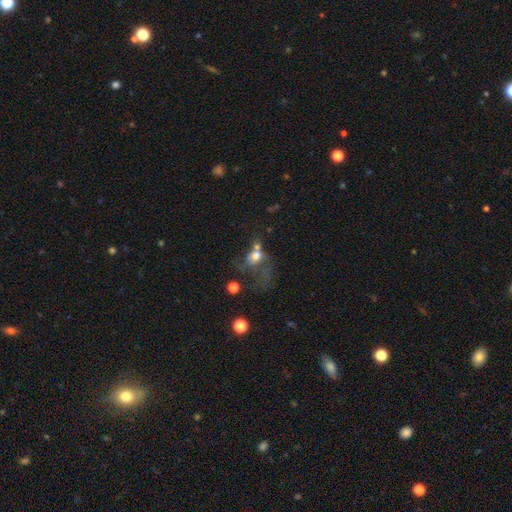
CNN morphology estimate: Q: Smooth or featured?
A: smooth (60%); runner-up: featured or disk (25%)
Q: How rounded?
A: round (54%); runner-up: in between (44%)
Q: Merging?
A: major disturbance (37%); runner-up: merger (34%)